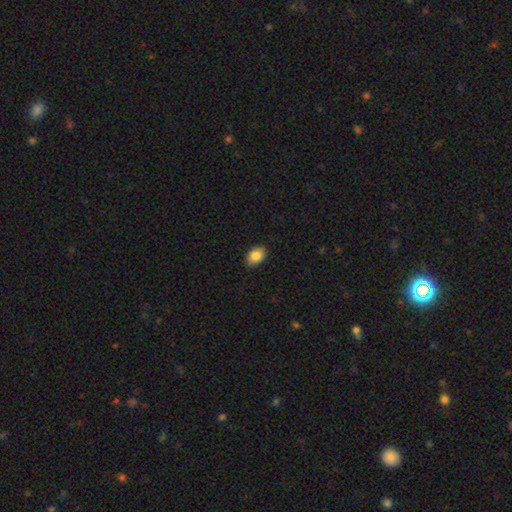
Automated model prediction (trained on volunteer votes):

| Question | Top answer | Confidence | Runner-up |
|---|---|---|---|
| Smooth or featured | smooth | 87% | star or artifact (8%) |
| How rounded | in between | 84% | round (15%) |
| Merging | none | 88% | minor disturbance (9%) |